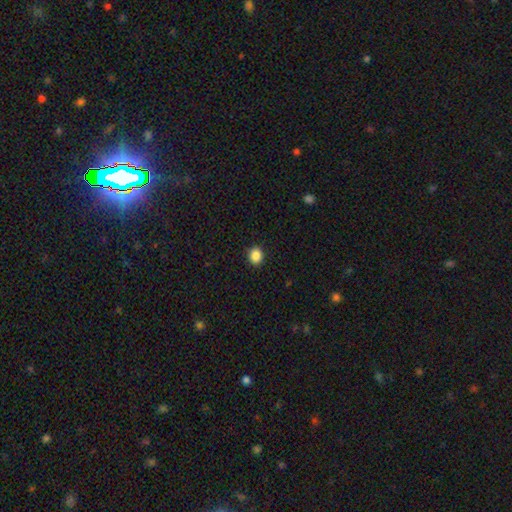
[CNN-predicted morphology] A smooth galaxy with no disk features (88%) that is round (75%).

Vote fractions:
- Smooth or featured? smooth: 88% / star or artifact: 10% / featured or disk: 3%
- How rounded? round: 75% / in between: 24% / cigar-shaped: 1%
- Merging? none: 92% / minor disturbance: 6% / major disturbance: 2% / merger: 1%